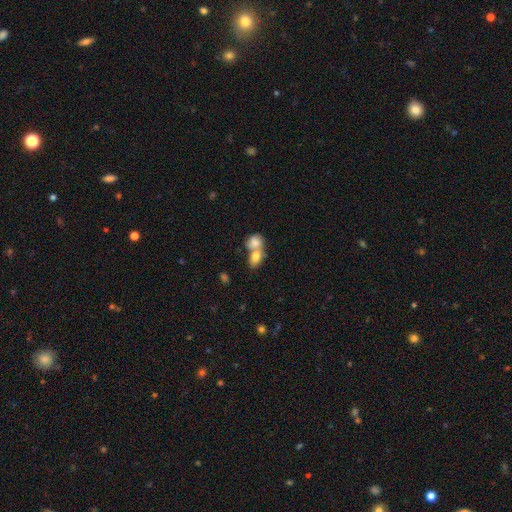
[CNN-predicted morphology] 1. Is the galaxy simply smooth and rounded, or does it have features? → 78% smooth, 14% featured or disk, 8% star or artifact.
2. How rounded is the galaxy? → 66% in between, 32% round, 2% cigar-shaped.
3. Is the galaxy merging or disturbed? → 70% merger, 21% none, 6% minor disturbance, 3% major disturbance.